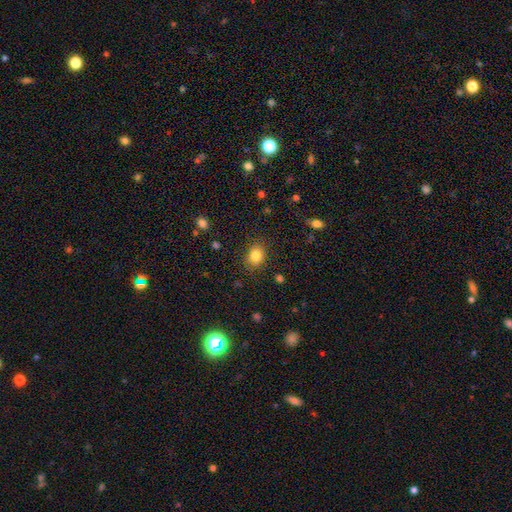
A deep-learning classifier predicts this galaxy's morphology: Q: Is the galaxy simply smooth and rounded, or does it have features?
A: smooth — 84%.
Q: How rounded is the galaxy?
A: in between — 53%.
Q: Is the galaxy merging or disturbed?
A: none — 83%.